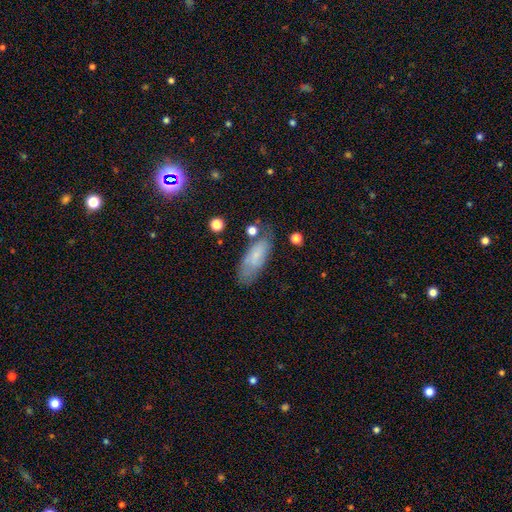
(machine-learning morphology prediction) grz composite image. It shows a smooth galaxy with no disk features (63%) that is in between round and cigar-shaped (72%). Merging: none (61%).